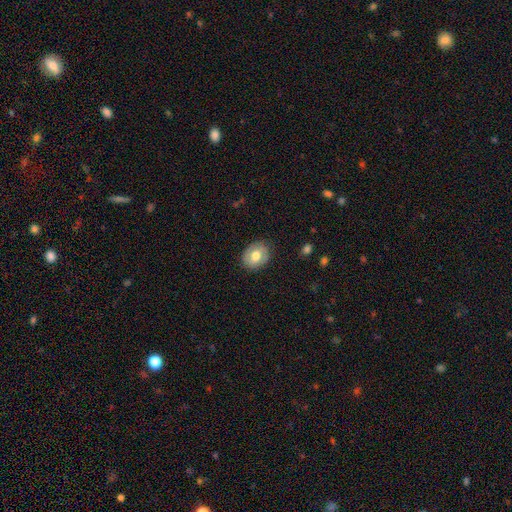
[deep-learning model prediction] Smooth or featured: smooth — 62% (featured or disk — 31%)
How rounded: in between — 51% (round — 48%)
Merging: none — 82% (minor disturbance — 13%)